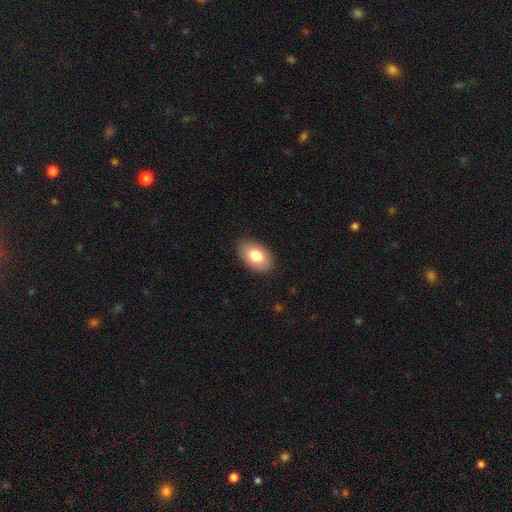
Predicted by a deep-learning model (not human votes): Smooth or featured: smooth — 81% (featured or disk — 13%)
How rounded: in between — 91% (round — 8%)
Merging: none — 88% (minor disturbance — 9%)